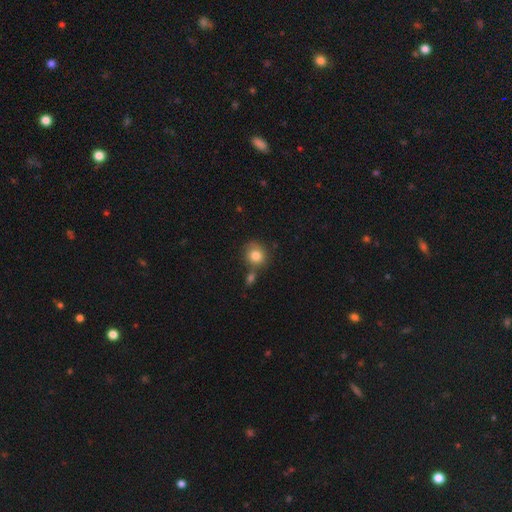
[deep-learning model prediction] Smooth or featured?
  - smooth: 83% *
  - star or artifact: 9%
  - featured or disk: 9%
How rounded?
  - round: 82% *
  - in between: 17%
  - cigar-shaped: 1%
Merging?
  - none: 62% *
  - merger: 19%
  - minor disturbance: 14%
  - major disturbance: 4%